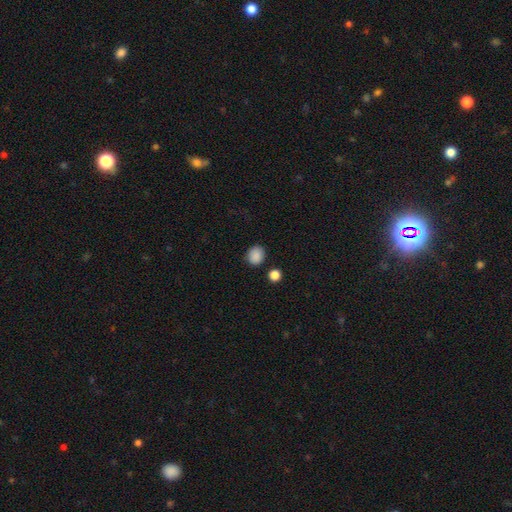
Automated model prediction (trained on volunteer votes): The model was most divided on "how rounded": round: 71%, in between: 28%, cigar-shaped: 1%. More confident: smooth or featured — smooth (87%); merging — none (83%).